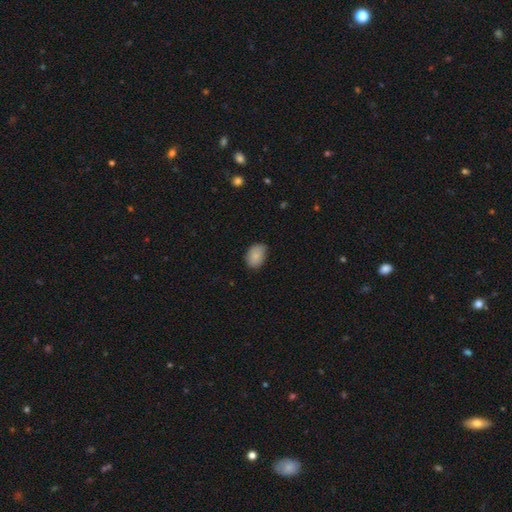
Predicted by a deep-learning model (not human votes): Morphology: type=smooth (85%); roundness=in between (75%); merging=none (69%).